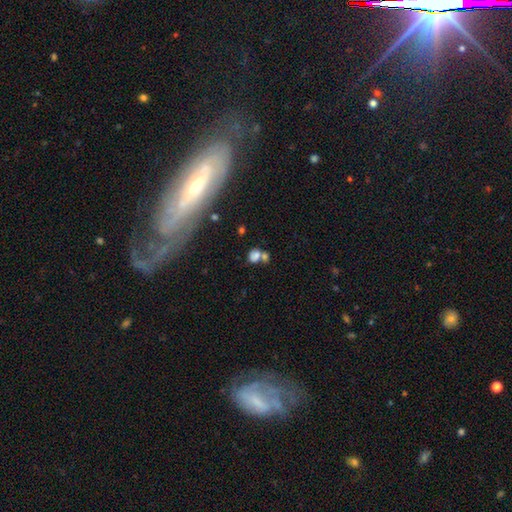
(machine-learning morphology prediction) Smooth or featured?
  - smooth: 70% *
  - star or artifact: 15%
  - featured or disk: 15%
How rounded?
  - round: 52% *
  - in between: 46%
  - cigar-shaped: 2%
Merging?
  - merger: 49% *
  - none: 33%
  - minor disturbance: 11%
  - major disturbance: 7%